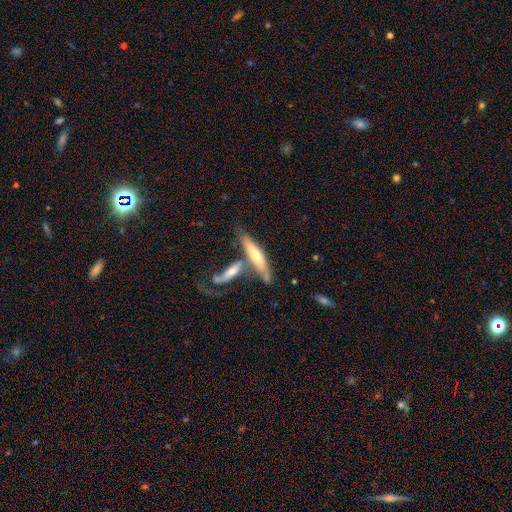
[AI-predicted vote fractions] Overall: featured or disk (49%; smooth 45%). Merging: none (43%; merger 36%).